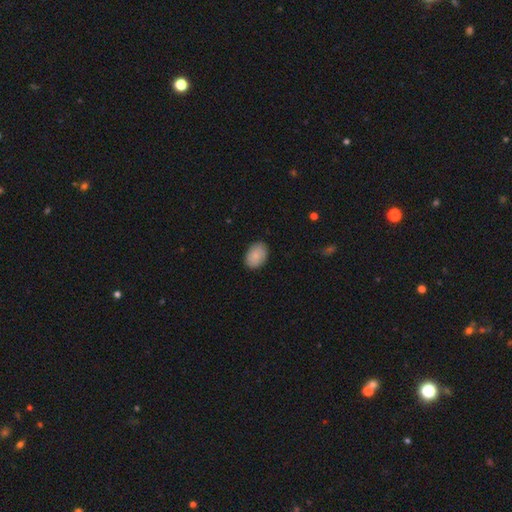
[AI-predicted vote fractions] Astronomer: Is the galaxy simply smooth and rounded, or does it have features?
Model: smooth — 83%.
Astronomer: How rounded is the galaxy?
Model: in between — 82%.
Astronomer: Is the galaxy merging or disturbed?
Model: none — 86%.